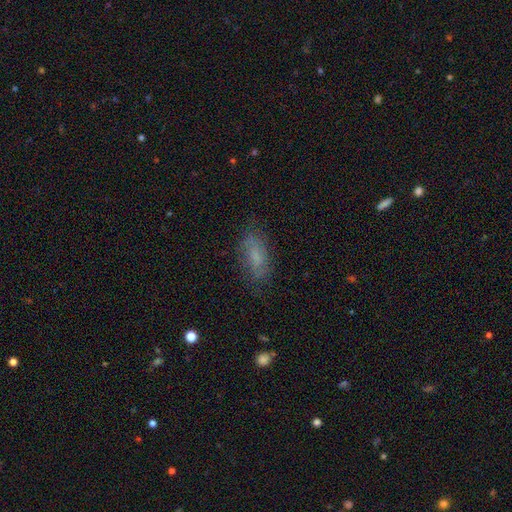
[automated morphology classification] Smooth or featured? smooth (60%)
How rounded? in between (83%)
Merging? none (74%)